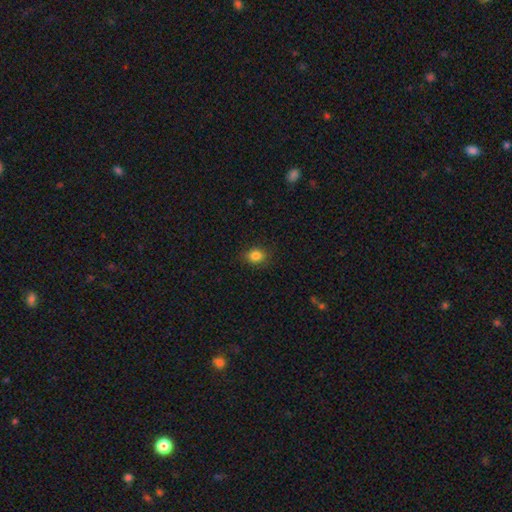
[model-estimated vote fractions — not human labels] This appears to be a smooth galaxy with no disk features (85%) that is round (56%). Merging: none (85%).